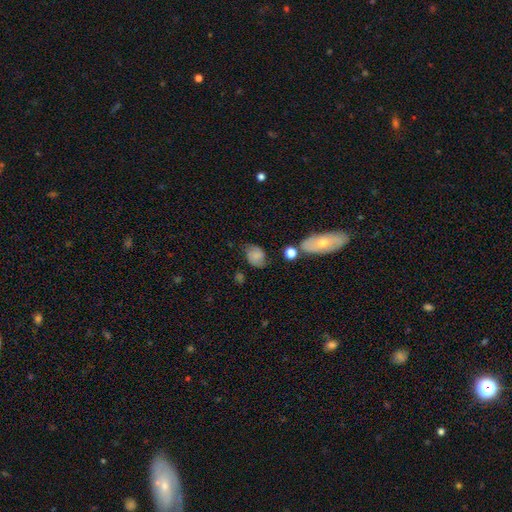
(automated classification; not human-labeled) A smooth galaxy with no disk features (63%) that is in between round and cigar-shaped (63%). Merging: none (61%).